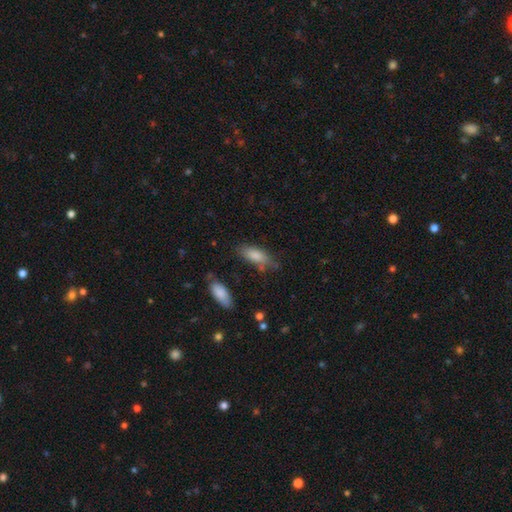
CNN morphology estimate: Smooth or featured?
  - smooth: 84% *
  - featured or disk: 10%
  - star or artifact: 7%
How rounded?
  - in between: 76% *
  - cigar-shaped: 21%
  - round: 2%
Merging?
  - none: 67% *
  - minor disturbance: 21%
  - merger: 6%
  - major disturbance: 6%